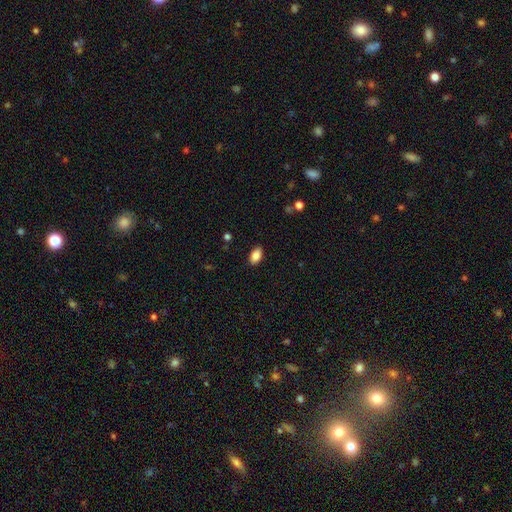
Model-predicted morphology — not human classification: smooth 86%, star or artifact 8%, featured or disk 6%. Down the decision tree: how rounded — in between (92%); merging — none (88%).